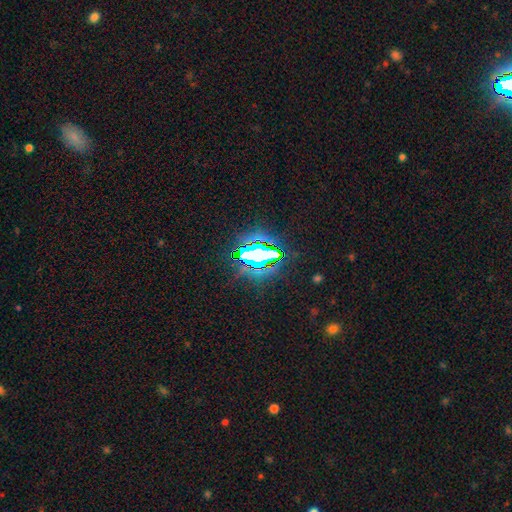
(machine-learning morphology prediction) Q: Smooth or featured?
A: star or artifact (72%); runner-up: smooth (16%)